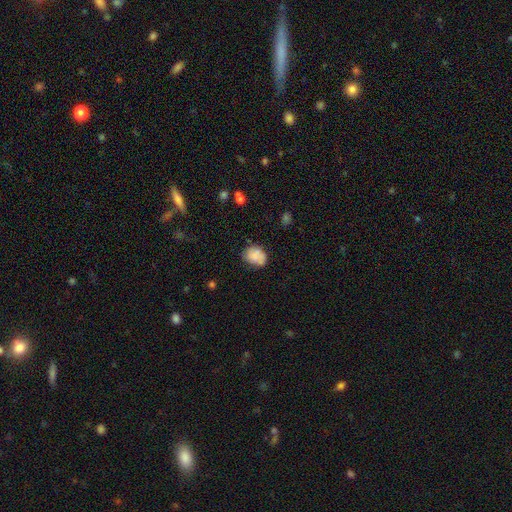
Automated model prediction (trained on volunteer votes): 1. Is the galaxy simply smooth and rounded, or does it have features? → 79% smooth, 12% featured or disk, 8% star or artifact.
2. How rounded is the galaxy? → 58% in between, 41% round, 1% cigar-shaped.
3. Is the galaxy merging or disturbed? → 62% none, 28% minor disturbance, 7% major disturbance, 4% merger.